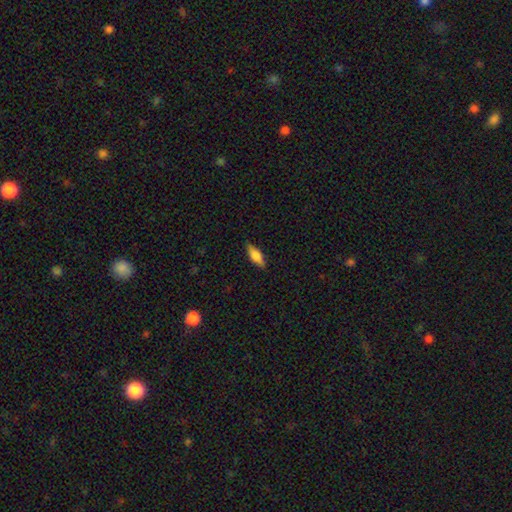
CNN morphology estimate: smooth_or_featured: smooth (p=0.70) [alt: featured or disk p=0.23]
how_rounded: in between (p=0.59) [alt: cigar-shaped p=0.38]
merging: none (p=0.86) [alt: minor disturbance p=0.11]